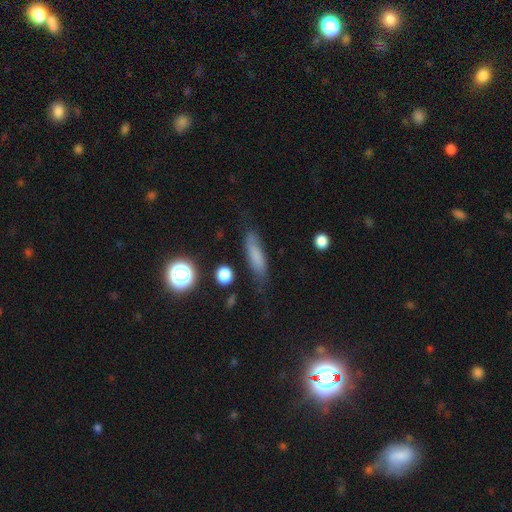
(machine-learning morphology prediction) Overall: smooth (70%). How rounded: cigar-shaped (63%; in between 33%). Merging: none (69%).